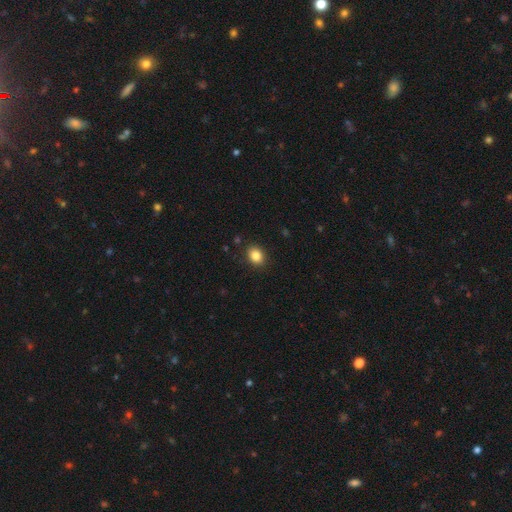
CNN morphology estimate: Q: Smooth or featured?
A: smooth (86%); runner-up: star or artifact (10%)
Q: How rounded?
A: in between (56%); runner-up: round (43%)
Q: Merging?
A: none (88%); runner-up: minor disturbance (8%)